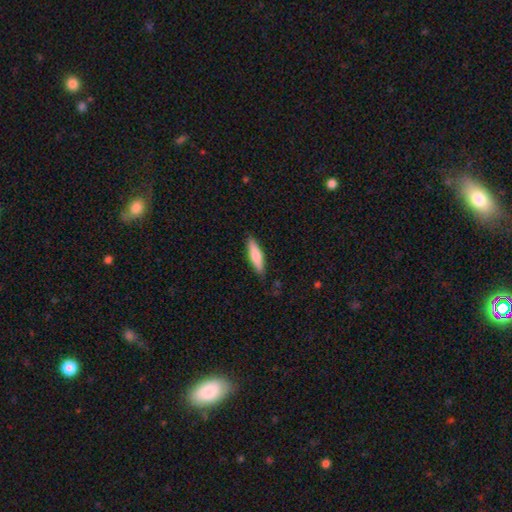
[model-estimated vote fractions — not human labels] The model was most divided on "how rounded": cigar-shaped: 70%, in between: 28%, round: 2%. More confident: merging — none (85%); smooth or featured — smooth (75%).